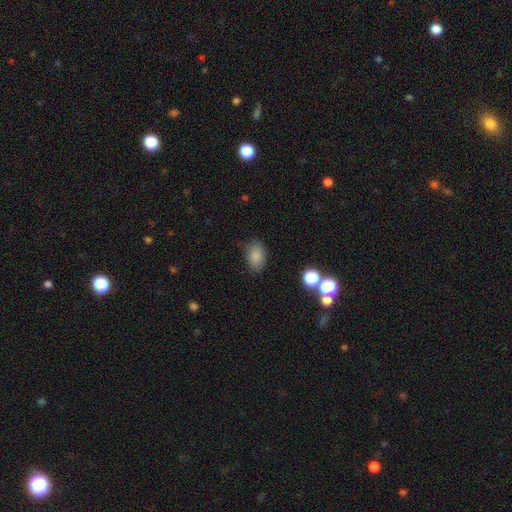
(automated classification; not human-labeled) Smooth or featured? smooth (84%)
How rounded? in between (84%)
Merging? none (81%)